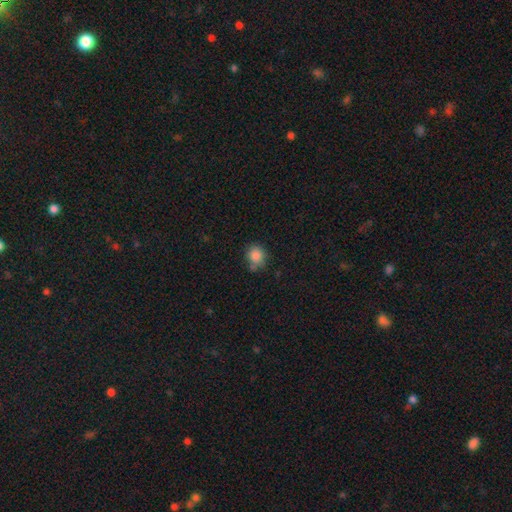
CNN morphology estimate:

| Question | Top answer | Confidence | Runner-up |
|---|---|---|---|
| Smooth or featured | smooth | 85% | star or artifact (10%) |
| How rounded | round | 77% | in between (22%) |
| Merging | none | 64% | minor disturbance (23%) |